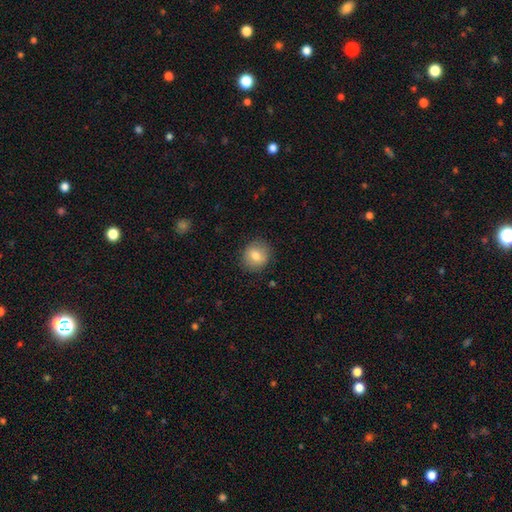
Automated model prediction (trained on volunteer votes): The model was most divided on "how rounded": round: 81%, in between: 18%, cigar-shaped: 1%. More confident: merging — none (86%); smooth or featured — smooth (77%).